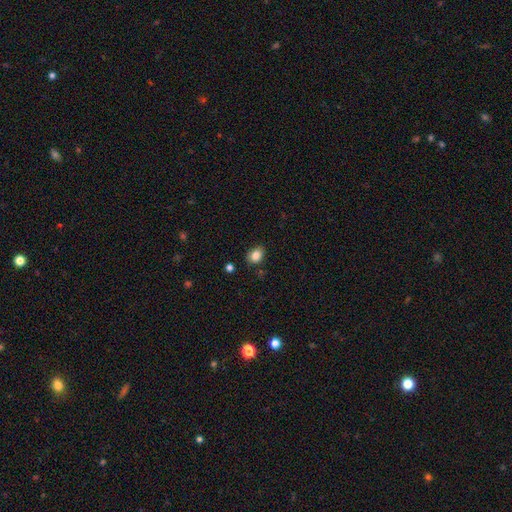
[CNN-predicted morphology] Smooth or featured: smooth — 84% (star or artifact — 10%)
How rounded: in between — 64% (round — 35%)
Merging: none — 83% (minor disturbance — 12%)